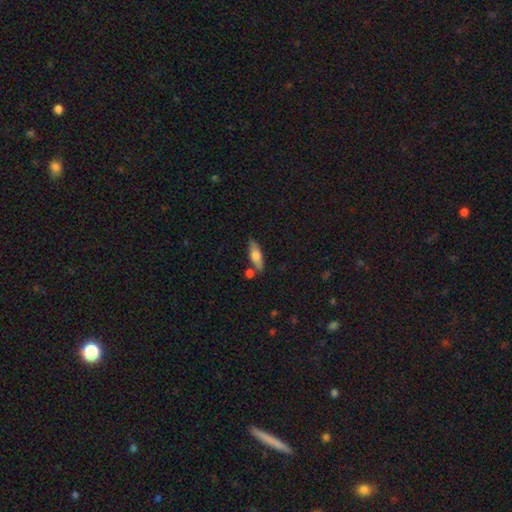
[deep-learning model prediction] Overall: smooth (63%; featured or disk 30%). How rounded: in between (57%; cigar-shaped 40%). Merging: none (70%).